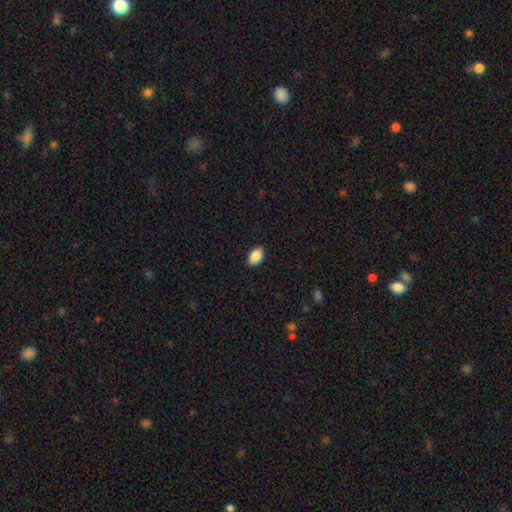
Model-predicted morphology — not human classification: type=smooth (89%); roundness=in between (93%); merging=none (90%).